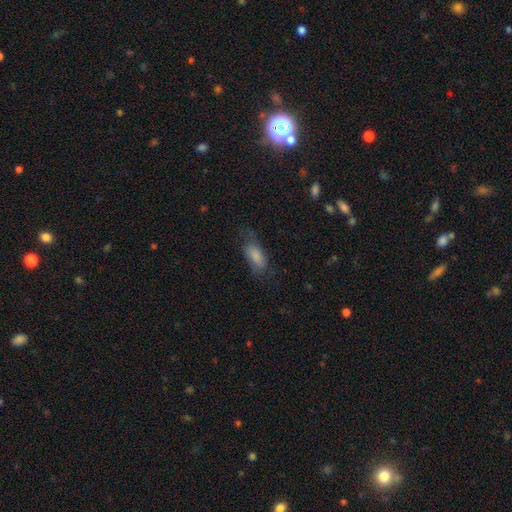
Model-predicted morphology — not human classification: Smooth or featured?
  - smooth: 73% *
  - featured or disk: 19%
  - star or artifact: 8%
How rounded?
  - in between: 82% *
  - cigar-shaped: 15%
  - round: 3%
Merging?
  - none: 54% *
  - minor disturbance: 26%
  - major disturbance: 18%
  - merger: 2%